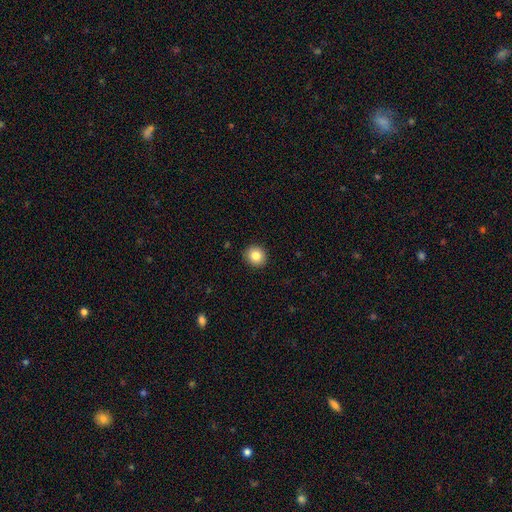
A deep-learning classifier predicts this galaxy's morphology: Overall: smooth (83%). How rounded: round (83%). Merging: none (92%).